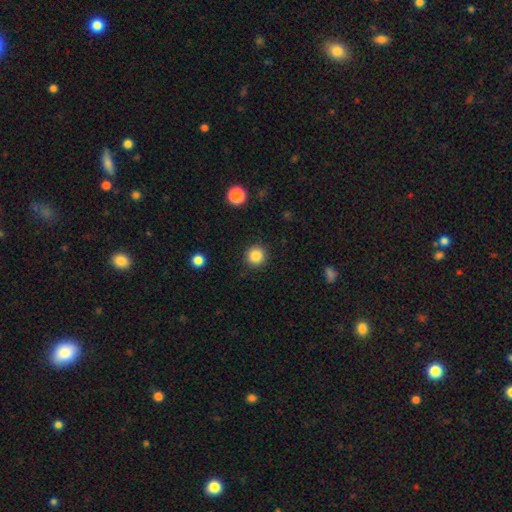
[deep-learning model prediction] Smooth or featured? Predicted: smooth (p=0.86). How rounded? Predicted: round (p=0.95). Merging? Predicted: none (p=0.92).